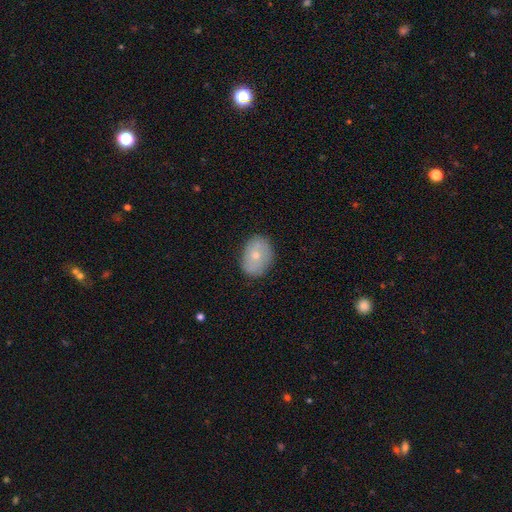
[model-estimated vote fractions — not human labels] The model was most divided on "how rounded": in between: 66%, round: 33%, cigar-shaped: 1%. More confident: merging — none (81%); smooth or featured — smooth (66%).